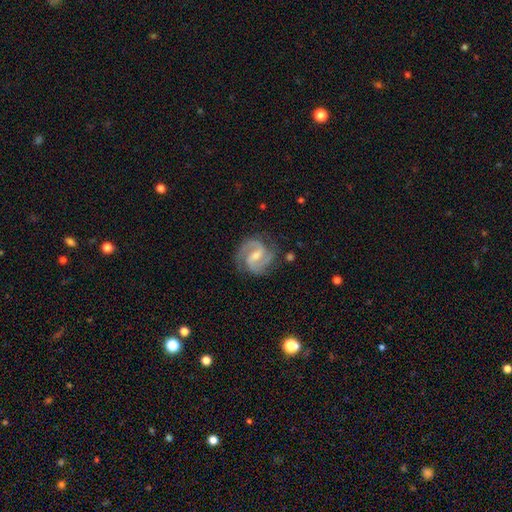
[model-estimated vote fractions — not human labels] This appears to be a featured or disk galaxy (90%) with a weak bar (51%), 2 (90%) medium (57%) spiral arms (98%) and a small central bulge (47%). Merging: none (80%).